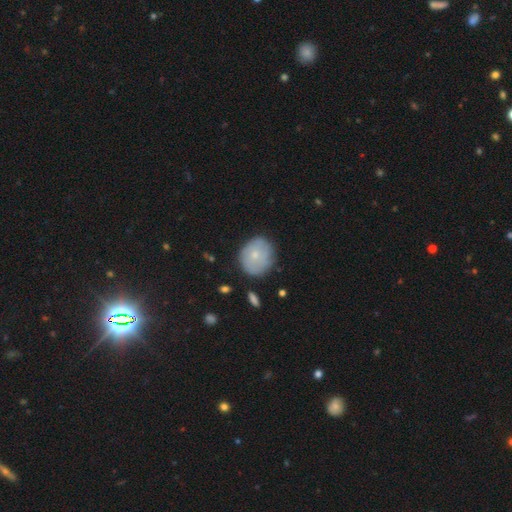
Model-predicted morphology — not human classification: The model was most divided on "how rounded": round: 67%, in between: 32%, cigar-shaped: 1%. More confident: merging — none (74%); smooth or featured — smooth (69%).